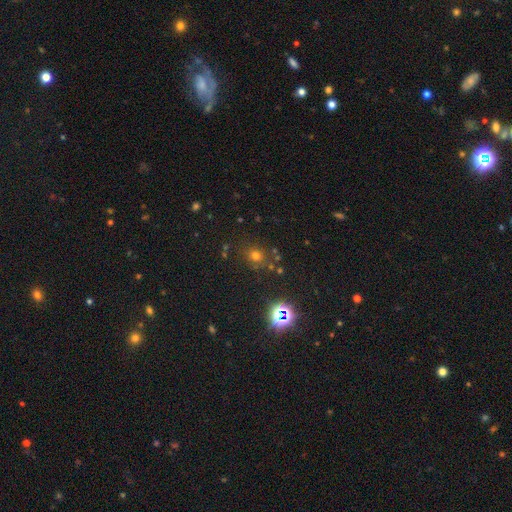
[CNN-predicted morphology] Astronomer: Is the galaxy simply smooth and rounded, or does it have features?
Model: smooth — 61%.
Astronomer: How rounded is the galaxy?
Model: round — 79%.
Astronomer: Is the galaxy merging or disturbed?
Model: none — 78%.